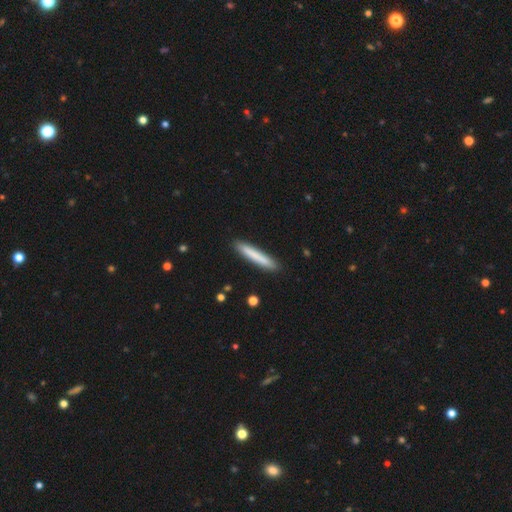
Smooth or featured?
  - smooth: 81% *
  - featured or disk: 16%
  - star or artifact: 3%
How rounded?
  - cigar-shaped: 93% *
  - in between: 7%
  - round: 0%
Merging?
  - none: 89% *
  - minor disturbance: 6%
  - major disturbance: 3%
  - merger: 3%